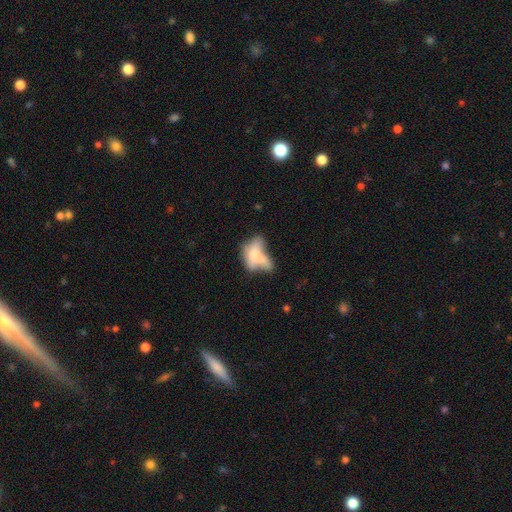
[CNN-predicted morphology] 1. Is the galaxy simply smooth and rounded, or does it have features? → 55% smooth, 34% featured or disk, 11% star or artifact.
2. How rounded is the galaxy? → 80% in between, 11% round, 10% cigar-shaped.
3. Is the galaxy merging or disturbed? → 30% merger (tied), 30% major disturbance (tied), 23% none, 17% minor disturbance.